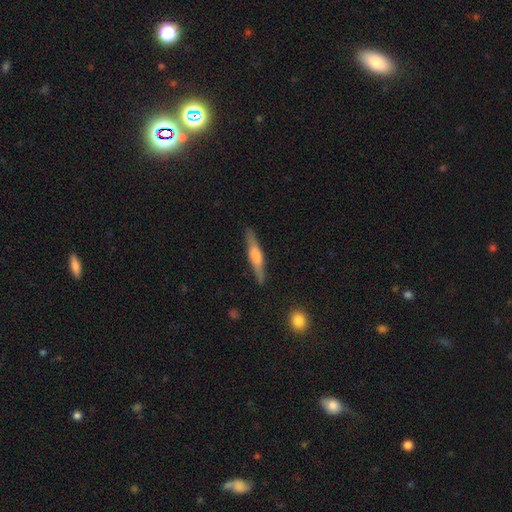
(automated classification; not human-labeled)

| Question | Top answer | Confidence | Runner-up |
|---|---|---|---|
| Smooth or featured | featured or disk | 65% | smooth (29%) |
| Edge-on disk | yes | 97% | no (3%) |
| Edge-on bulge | rounded | 73% | boxy (19%) |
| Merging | none | 89% | minor disturbance (8%) |